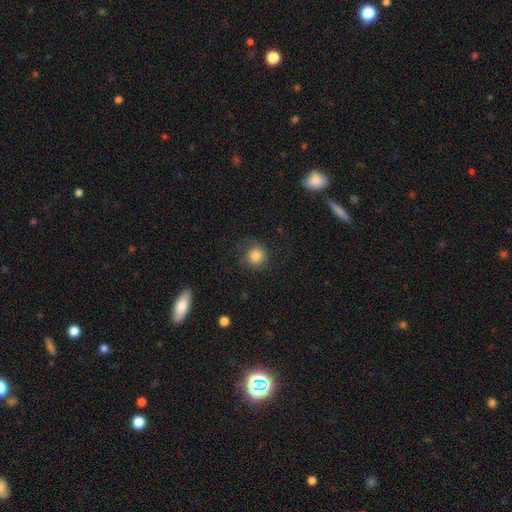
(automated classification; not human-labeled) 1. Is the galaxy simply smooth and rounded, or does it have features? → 81% smooth, 10% featured or disk, 9% star or artifact.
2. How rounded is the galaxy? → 91% round, 8% in between, 1% cigar-shaped.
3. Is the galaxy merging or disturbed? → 73% none, 16% minor disturbance, 9% major disturbance, 1% merger.